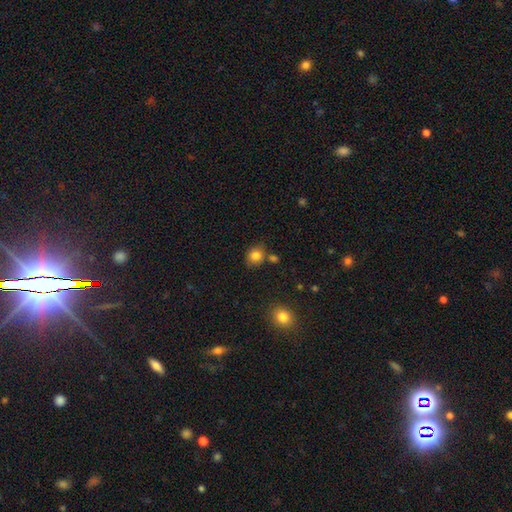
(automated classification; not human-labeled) Smooth or featured? smooth (83%)
How rounded? round (74%)
Merging? none (71%)